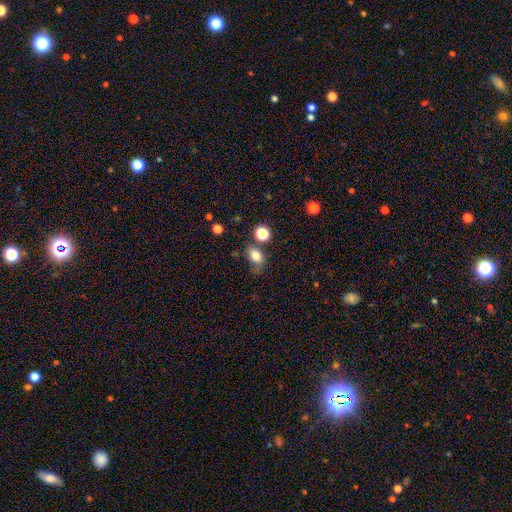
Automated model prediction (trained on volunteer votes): The model was most divided on "merging": none: 56%, minor disturbance: 23%, merger: 11%, major disturbance: 9%. More confident: smooth or featured — smooth (80%); how rounded — in between (69%).